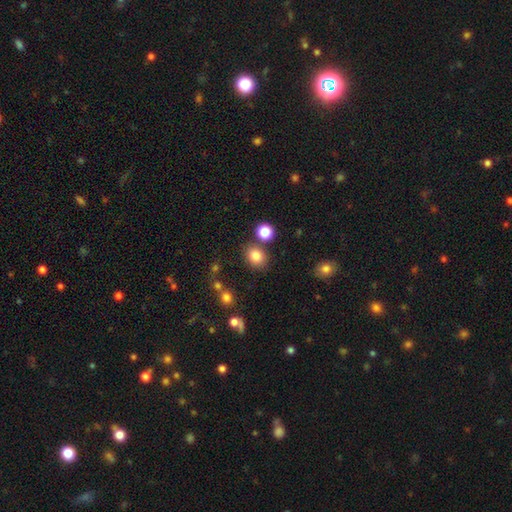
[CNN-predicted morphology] Overall: smooth (82%). How rounded: round (63%; in between 36%). Merging: none (77%).